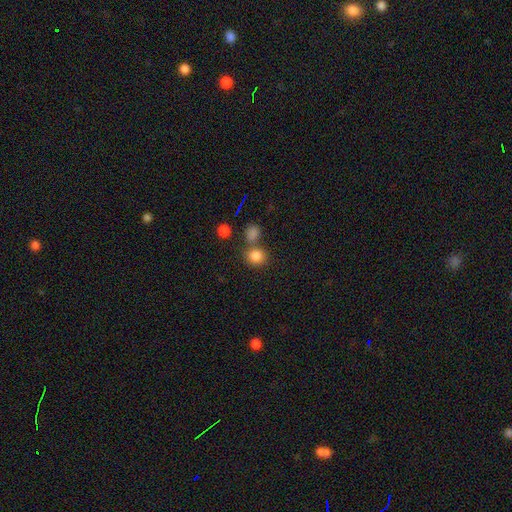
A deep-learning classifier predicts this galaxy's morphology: This is clearly a smooth galaxy (82%). How rounded: likely round (79%). Merging: likely none (62%).